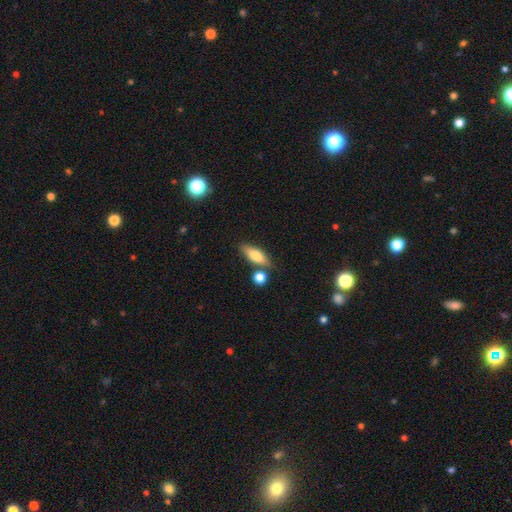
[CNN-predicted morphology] This appears to be a smooth galaxy with no disk features (73%) that is in between round and cigar-shaped (64%). Merging: none (71%).